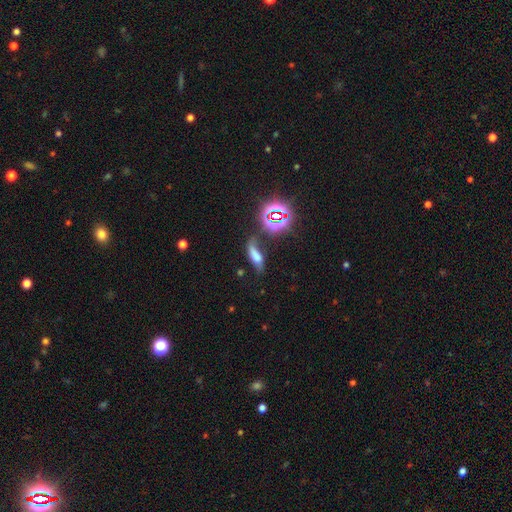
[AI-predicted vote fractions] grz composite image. It shows a smooth galaxy with no disk features (53%) that is in between round and cigar-shaped (53%). Merging: none (47%).